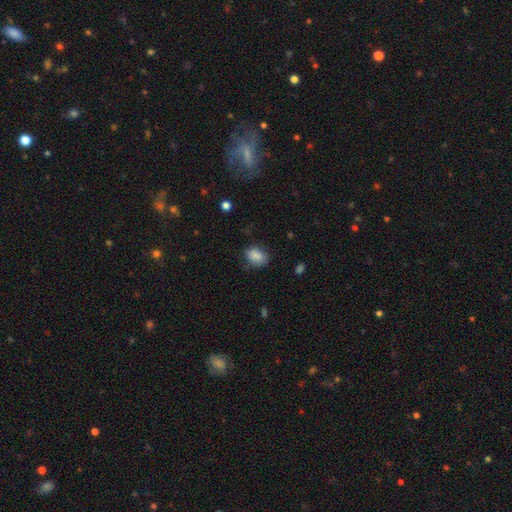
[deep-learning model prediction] smooth-or-featured: smooth: 87% | star or artifact: 8% | featured or disk: 5%
  how-rounded: in between: 77% | round: 22% | cigar-shaped: 1%
  merging: none: 71% | minor disturbance: 22% | major disturbance: 6% | merger: 1%